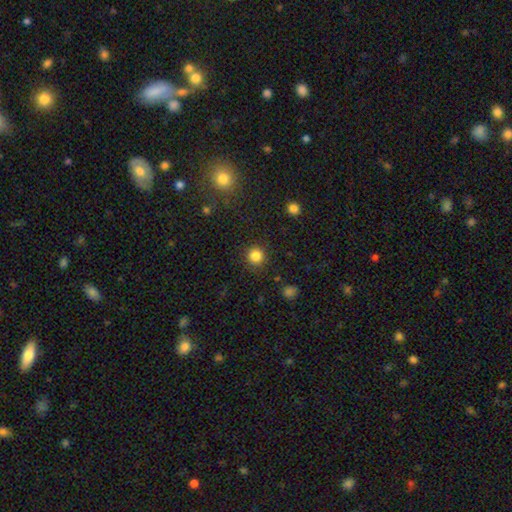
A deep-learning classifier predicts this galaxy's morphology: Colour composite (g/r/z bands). It shows a smooth galaxy with no disk features (84%) that is round (94%). Merging: none (90%).